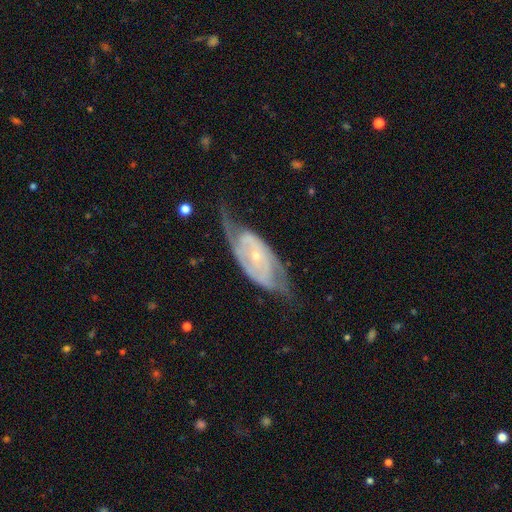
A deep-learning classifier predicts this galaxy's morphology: Overall: featured or disk (80%). Edge-on disk: no (90%). Bar: no (66%). Spiral arms: yes (87%). Spiral arm count: 2 (61%; can't tell 23%). Spiral winding: tight (43%; medium 37%). Bulge size: small (76%). Merging: none (50%; minor disturbance 26%).